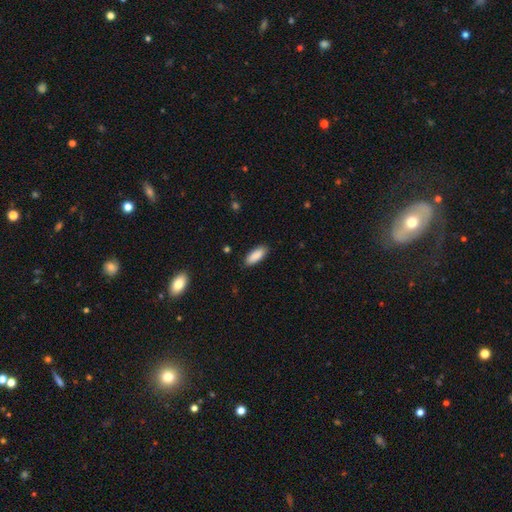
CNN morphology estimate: A smooth galaxy with no disk features (90%) that is in between round and cigar-shaped (76%).

Vote fractions:
- Smooth or featured? smooth: 90% / star or artifact: 6% / featured or disk: 4%
- How rounded? in between: 76% / cigar-shaped: 23% / round: 2%
- Merging? none: 87% / minor disturbance: 10% / major disturbance: 2% / merger: 1%